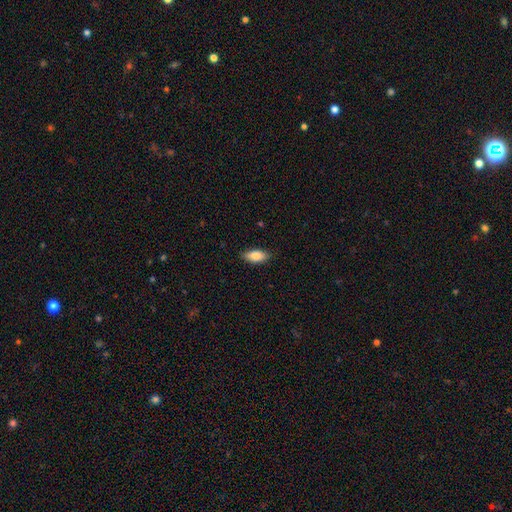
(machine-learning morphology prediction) A smooth galaxy with no disk features (84%) that is in between round and cigar-shaped (88%). Merging: none (85%).